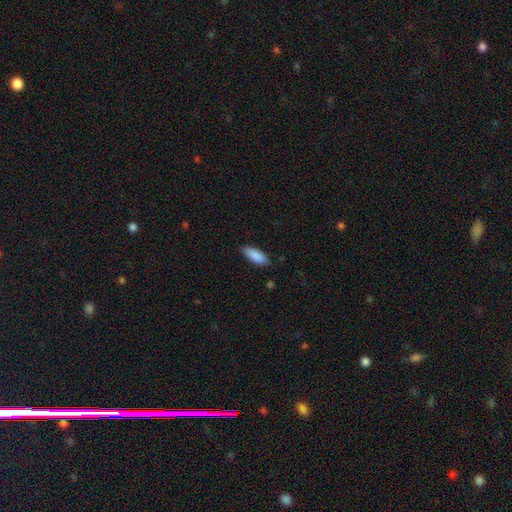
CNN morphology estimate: smooth_or_featured: smooth (p=0.89) [alt: star or artifact p=0.06]
how_rounded: in between (p=0.76) [alt: cigar-shaped p=0.22]
merging: none (p=0.83) [alt: minor disturbance p=0.13]